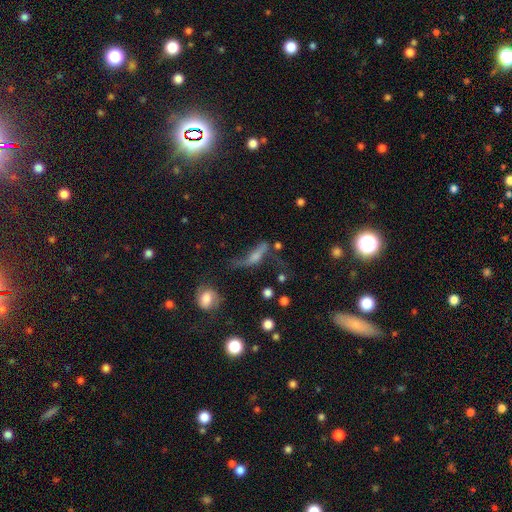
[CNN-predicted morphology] featured or disk 58%, smooth 24%, star or artifact 18%. Down the decision tree: edge-on disk — no (65%); merging — none (40%).